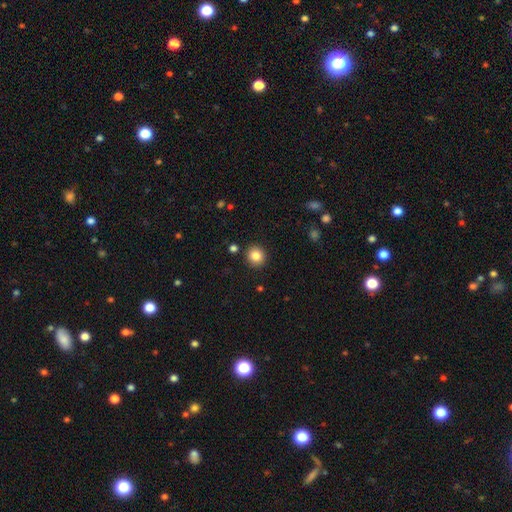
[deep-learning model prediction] A smooth galaxy with no disk features (85%) that is round (90%).

Vote fractions:
- Smooth or featured? smooth: 85% / star or artifact: 10% / featured or disk: 5%
- How rounded? round: 90% / in between: 9% / cigar-shaped: 1%
- Merging? none: 91% / minor disturbance: 6% / merger: 2% / major disturbance: 2%